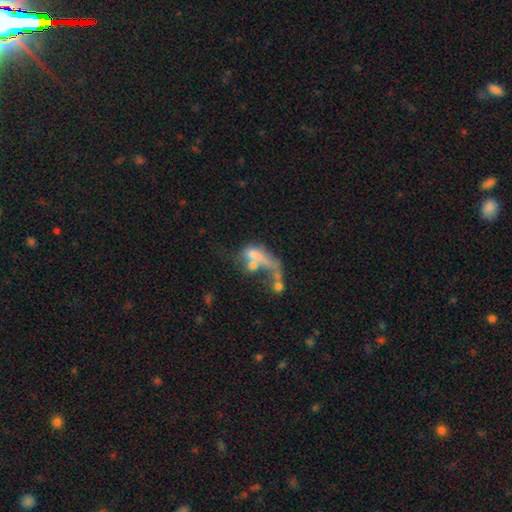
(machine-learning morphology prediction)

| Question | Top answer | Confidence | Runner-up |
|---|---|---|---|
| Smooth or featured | featured or disk | 44% | smooth (42%) |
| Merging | merger | 43% | major disturbance (35%) |